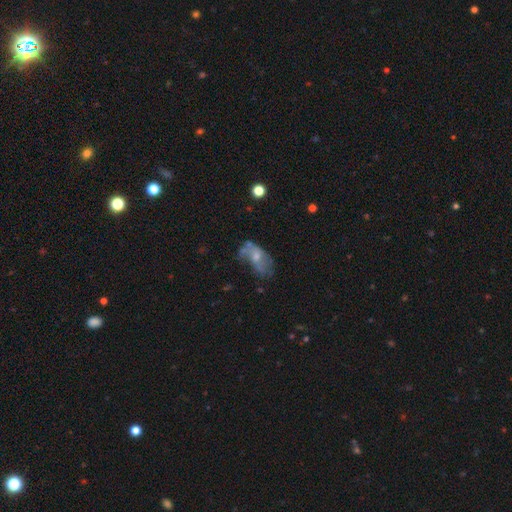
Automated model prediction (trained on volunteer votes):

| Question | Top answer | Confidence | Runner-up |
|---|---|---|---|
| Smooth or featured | featured or disk | 51% | smooth (39%) |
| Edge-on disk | no | 94% | yes (6%) |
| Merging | none | 33% | major disturbance (31%) |